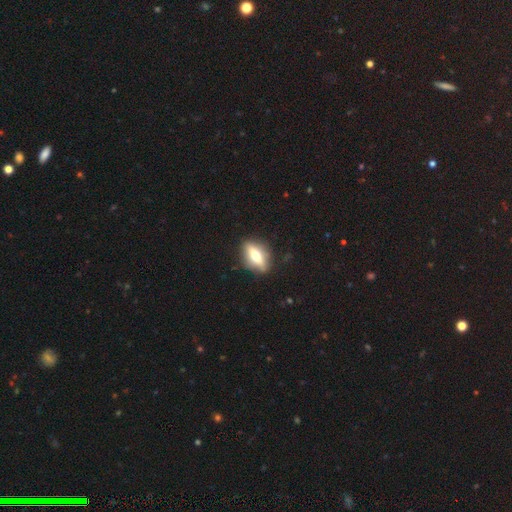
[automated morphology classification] Smooth or featured? Predicted: featured or disk (p=0.49). Merging? Predicted: none (p=0.84).